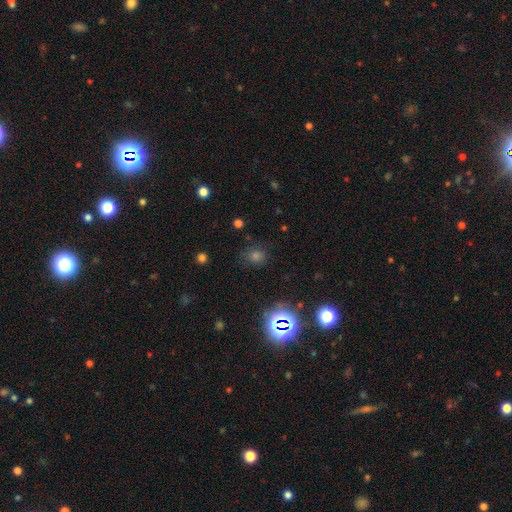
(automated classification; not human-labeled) Smooth or featured: smooth — 55% (star or artifact — 38%)
How rounded: round — 75% (in between — 23%)
Merging: none — 81% (minor disturbance — 12%)